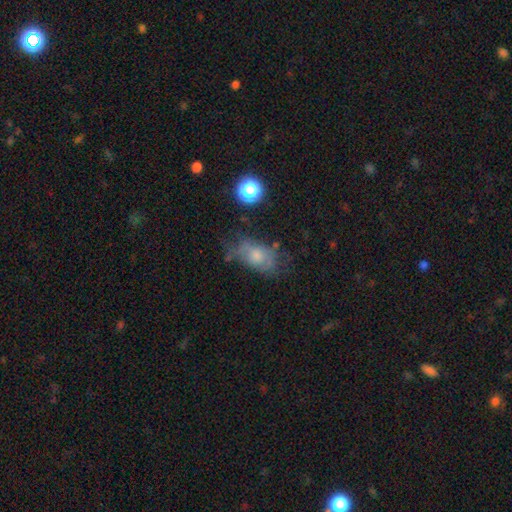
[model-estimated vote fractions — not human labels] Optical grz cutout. It shows a smooth galaxy with no disk features (50%) that is in between round and cigar-shaped (81%). Merging: none (47%).